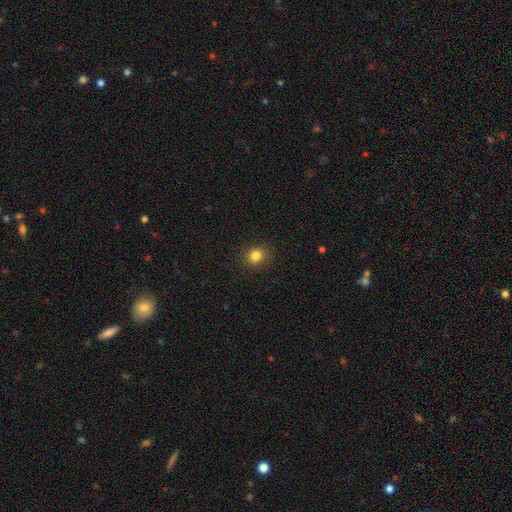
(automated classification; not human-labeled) This is clearly a smooth galaxy (83%). How rounded: clearly round (81%). Merging: clearly none (89%).